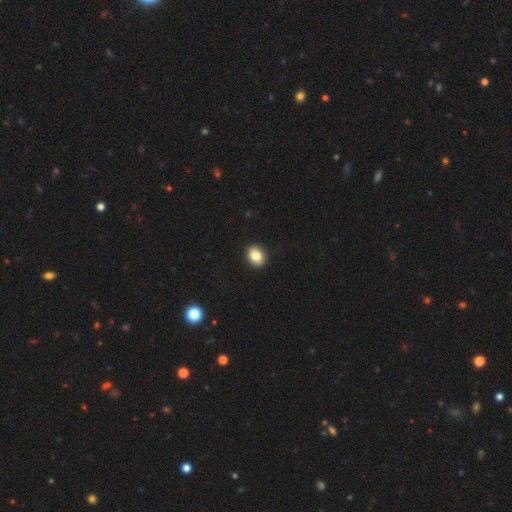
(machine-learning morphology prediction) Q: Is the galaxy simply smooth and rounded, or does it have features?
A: smooth — 84%.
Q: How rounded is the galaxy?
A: in between — 58%.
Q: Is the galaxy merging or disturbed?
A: none — 92%.